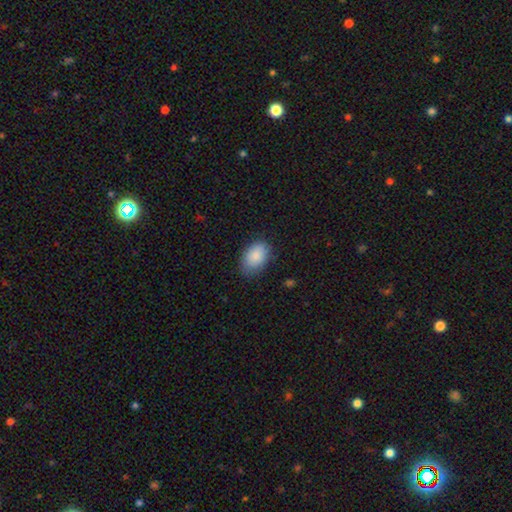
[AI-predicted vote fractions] Overall: smooth (87%). How rounded: in between (90%). Merging: none (78%).